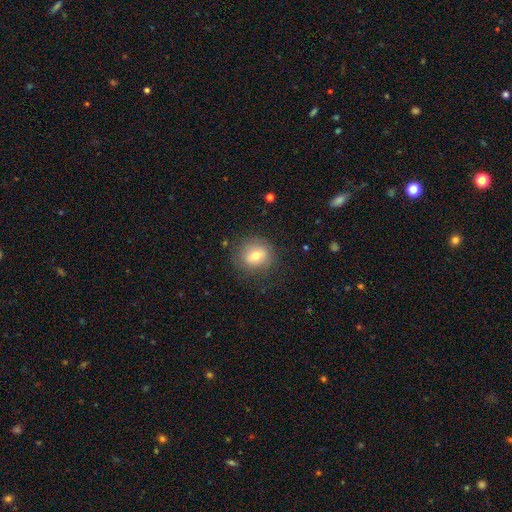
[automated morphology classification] Overall: smooth (69%). How rounded: round (84%). Merging: none (80%).